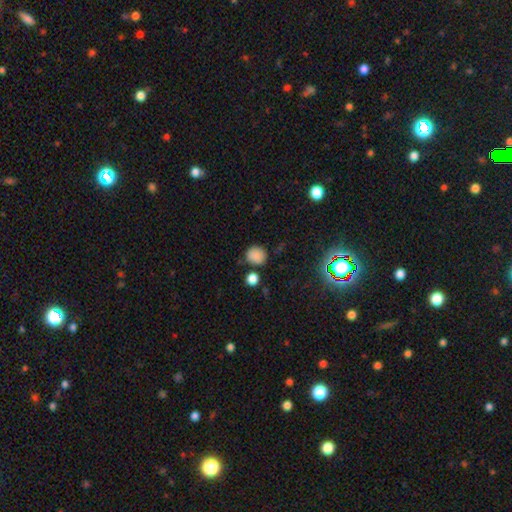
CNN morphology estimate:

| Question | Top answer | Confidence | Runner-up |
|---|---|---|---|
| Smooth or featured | smooth | 82% | star or artifact (13%) |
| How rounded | round | 80% | in between (19%) |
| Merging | none | 74% | minor disturbance (14%) |